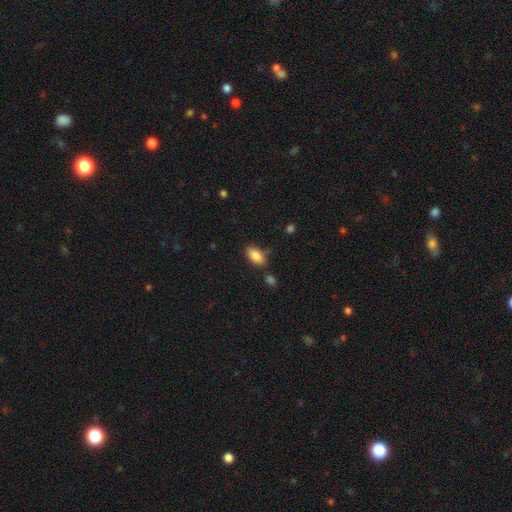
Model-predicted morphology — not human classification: Q: Smooth or featured?
A: smooth (85%); runner-up: star or artifact (8%)
Q: How rounded?
A: in between (91%); runner-up: cigar-shaped (5%)
Q: Merging?
A: none (73%); runner-up: minor disturbance (17%)